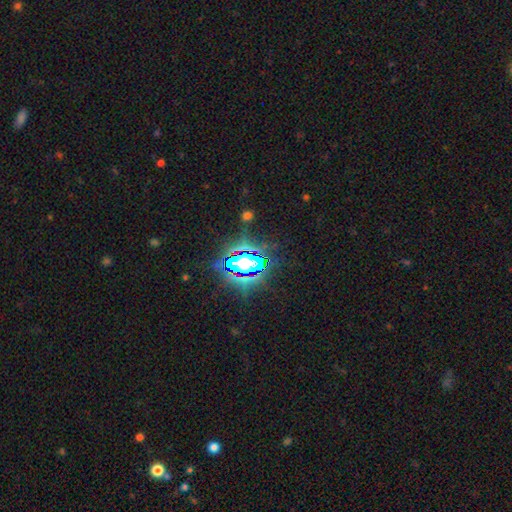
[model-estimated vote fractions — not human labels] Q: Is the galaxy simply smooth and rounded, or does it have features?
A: star or artifact — 82%.